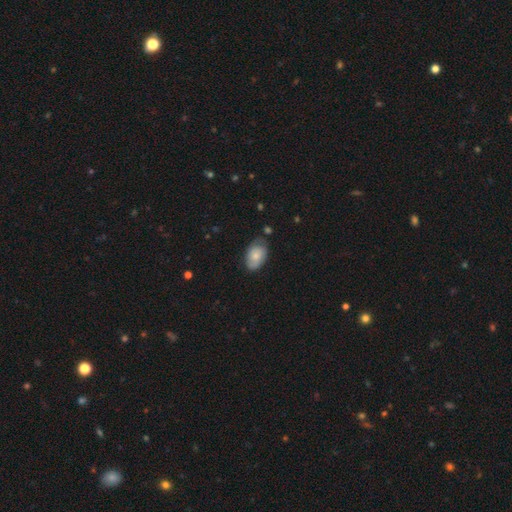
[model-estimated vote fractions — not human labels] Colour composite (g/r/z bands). It shows a smooth galaxy with no disk features (67%) that is in between round and cigar-shaped (90%). Merging: none (66%).